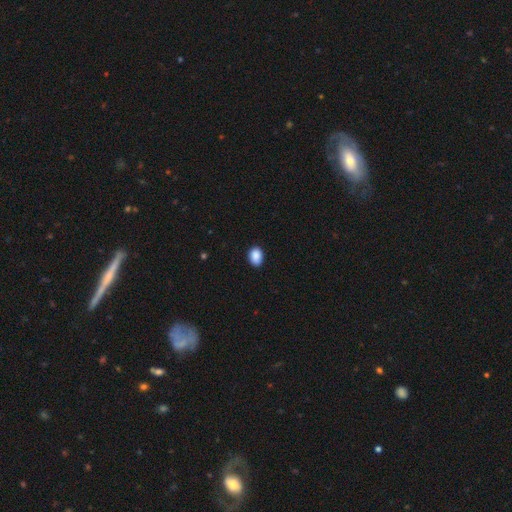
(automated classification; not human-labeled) Smooth or featured? smooth (89%)
How rounded? in between (76%)
Merging? none (85%)